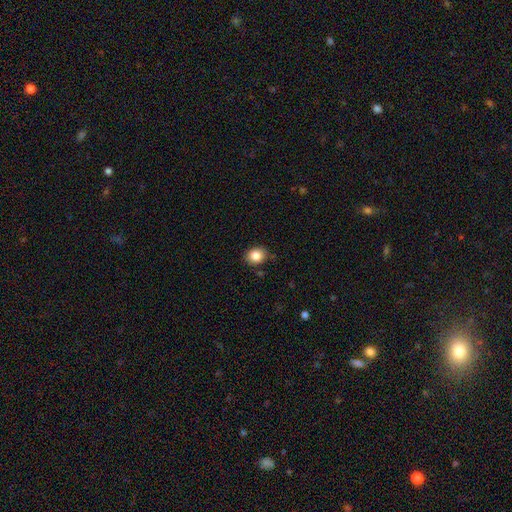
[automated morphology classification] smooth_or_featured: smooth (p=0.85) [alt: star or artifact p=0.10]
how_rounded: round (p=0.64) [alt: in between p=0.36]
merging: none (p=0.85) [alt: minor disturbance p=0.11]